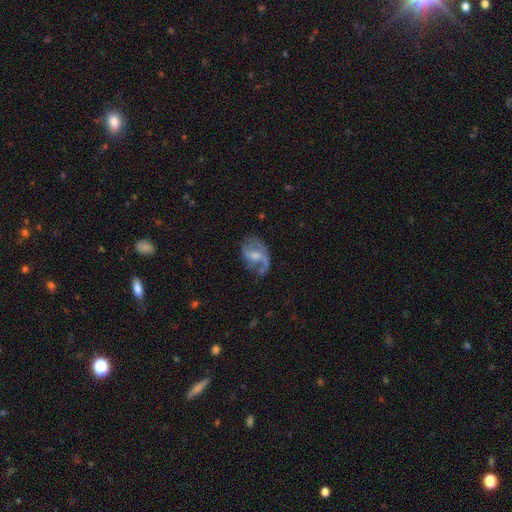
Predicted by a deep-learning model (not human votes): smooth-or-featured: featured or disk: 73% | smooth: 20% | star or artifact: 7%
  disk-edge-on: no: 97% | yes: 3%
    bar: weak: 49% | no: 38% | strong: 13%
    has-spiral-arms: yes: 85% | no: 15%
      spiral-winding: loose: 59% | medium: 33% | tight: 9%
      spiral-arm-count: 2: 65% | 1: 25% | can't tell: 7% | 3: 1% | 4: 1% | more than 4: 1%
    bulge-size: moderate: 45% | small: 36% | none: 12% | large: 6% | dominant: 1%
  merging: none: 45% | major disturbance: 26% | minor disturbance: 25% | merger: 4%